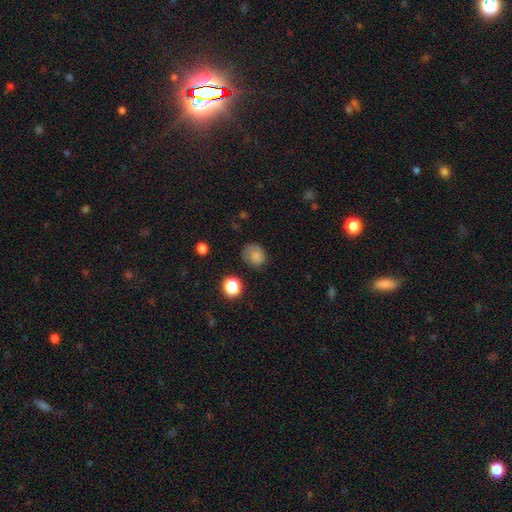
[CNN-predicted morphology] Overall: smooth (79%). How rounded: round (71%). Merging: none (65%).